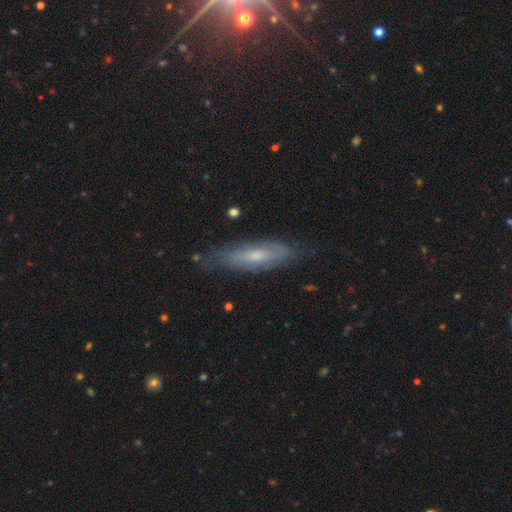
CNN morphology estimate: The model was most divided on "edge-on disk": no: 52%, yes: 48%. More confident: merging — none (70%); smooth or featured — featured or disk (50%).